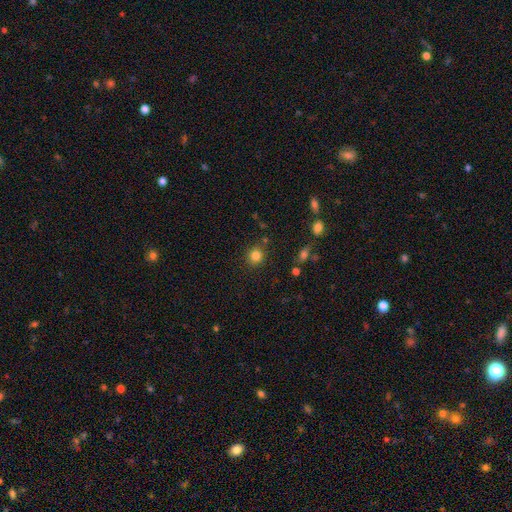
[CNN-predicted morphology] The model was most divided on "smooth or featured": smooth: 82%, star or artifact: 12%, featured or disk: 6%. More confident: how rounded — round (86%); merging — none (84%).